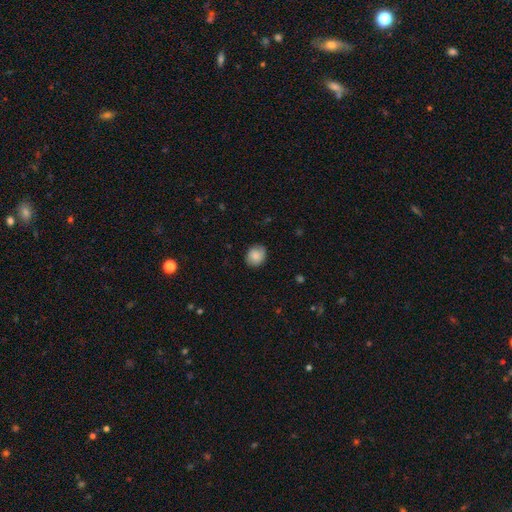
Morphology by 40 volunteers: type=smooth (82%); roundness=round (61%); merging=none (89%).